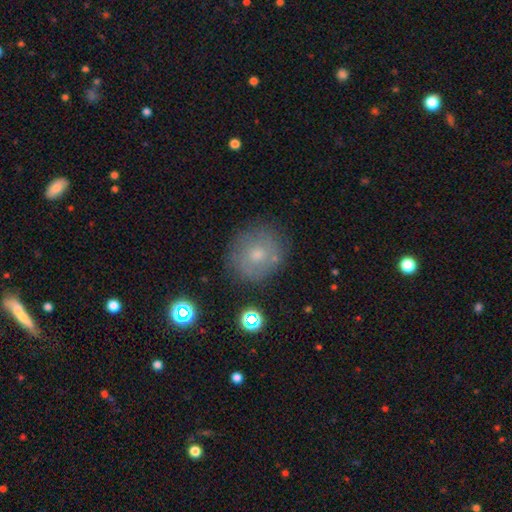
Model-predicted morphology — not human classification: Smooth or featured: smooth — 58% (featured or disk — 29%)
How rounded: round — 86% (in between — 13%)
Merging: none — 80% (minor disturbance — 14%)